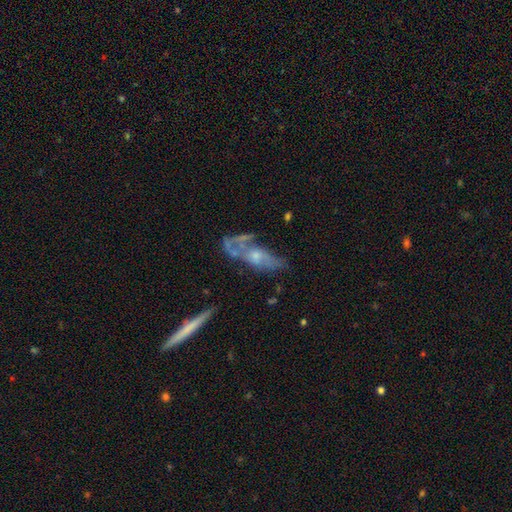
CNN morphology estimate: Overall: featured or disk (65%; smooth 26%). Edge-on disk: no (76%). Merging: none (33%; major disturbance 30%).